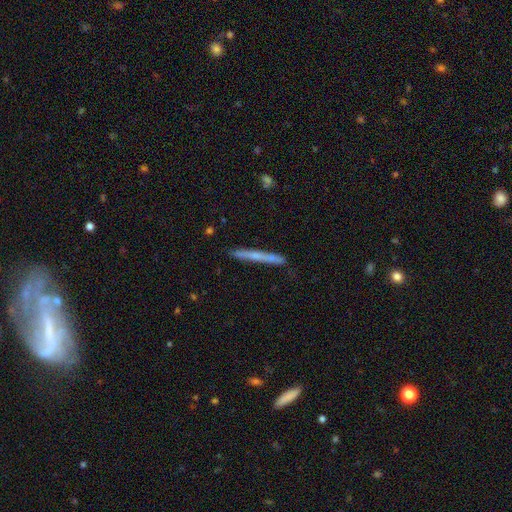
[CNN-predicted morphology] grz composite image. It shows a smooth galaxy with no disk features (50%). Merging: none (83%).